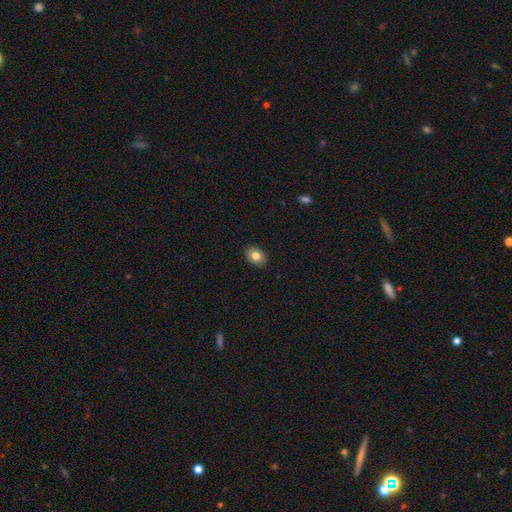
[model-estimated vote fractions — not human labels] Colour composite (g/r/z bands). It shows a smooth galaxy with no disk features (81%) that is in between round and cigar-shaped (76%). Merging: none (90%).